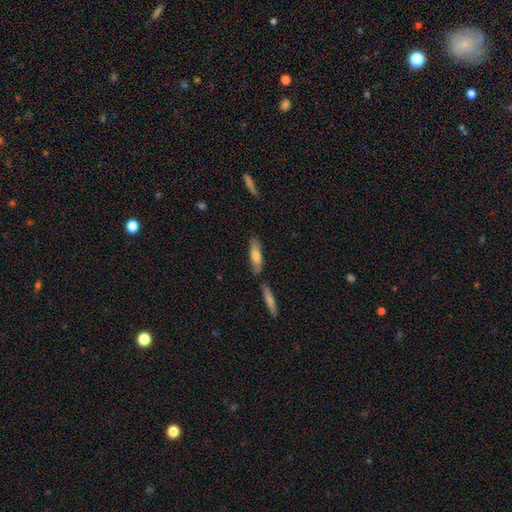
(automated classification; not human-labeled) This appears to be a smooth galaxy with no disk features (65%) that is cigar-shaped (59%). Merging: none (69%).